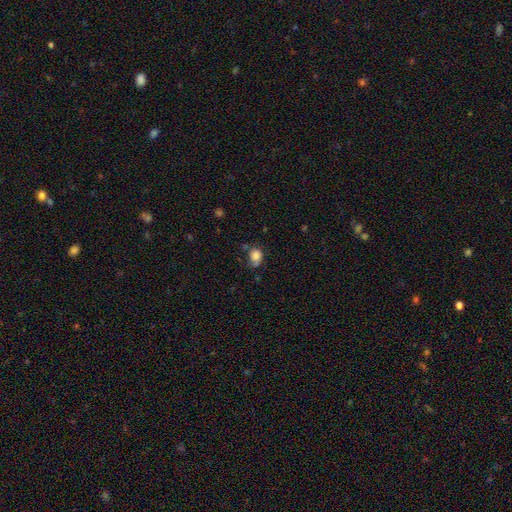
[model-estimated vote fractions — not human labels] Smooth or featured? smooth (77%)
How rounded? round (52%)
Merging? none (43%)